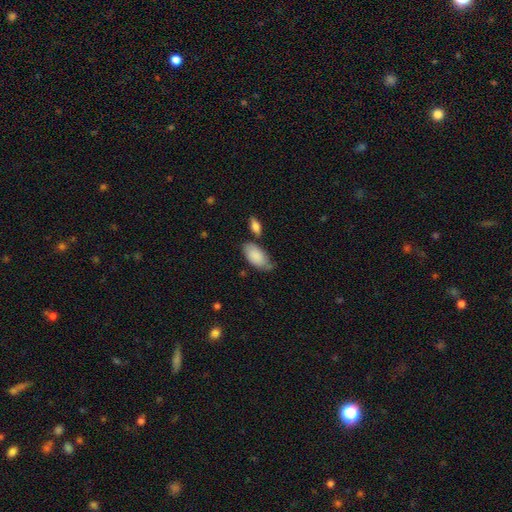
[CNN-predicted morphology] The model was most divided on "merging": none: 58%, minor disturbance: 26%, merger: 10%, major disturbance: 6%. More confident: how rounded — in between (93%); smooth or featured — smooth (86%).